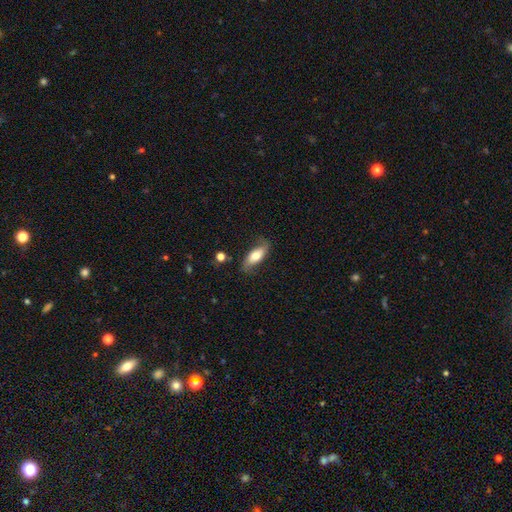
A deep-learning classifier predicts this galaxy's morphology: smooth_or_featured: smooth (p=0.56) [alt: featured or disk p=0.37]
how_rounded: in between (p=0.80) [alt: cigar-shaped p=0.17]
merging: none (p=0.70) [alt: minor disturbance p=0.21]